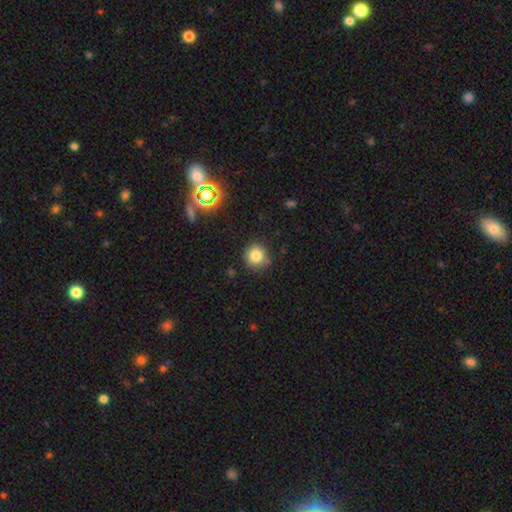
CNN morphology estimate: type=smooth (80%); roundness=round (92%); merging=none (82%).